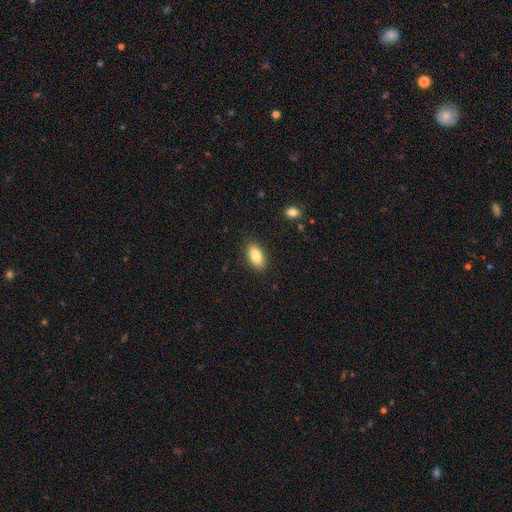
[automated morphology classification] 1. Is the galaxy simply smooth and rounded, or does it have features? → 84% smooth, 9% featured or disk, 7% star or artifact.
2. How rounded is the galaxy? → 92% in between, 5% cigar-shaped, 4% round.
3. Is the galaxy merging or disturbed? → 88% none, 9% minor disturbance, 2% major disturbance, 1% merger.